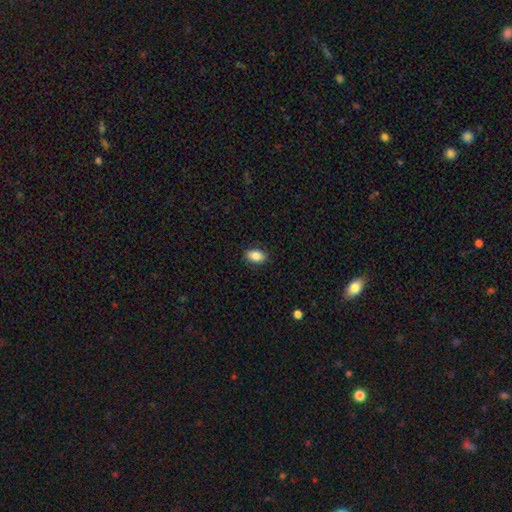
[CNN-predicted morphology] A smooth galaxy with no disk features (86%) that is in between round and cigar-shaped (90%). Merging: none (88%).